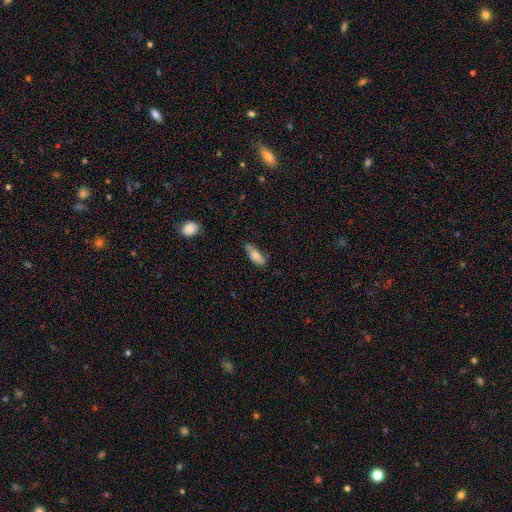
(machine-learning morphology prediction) Overall: smooth (75%). How rounded: in between (75%). Merging: none (61%; minor disturbance 30%).